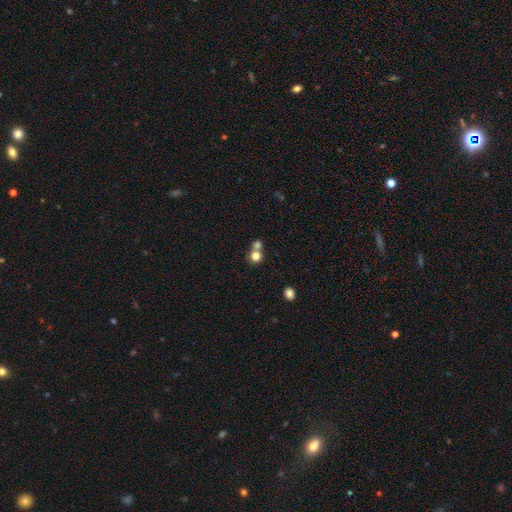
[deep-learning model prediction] smooth 78%, star or artifact 12%, featured or disk 10%. Down the decision tree: how rounded — round (87%); merging — merger (47%).